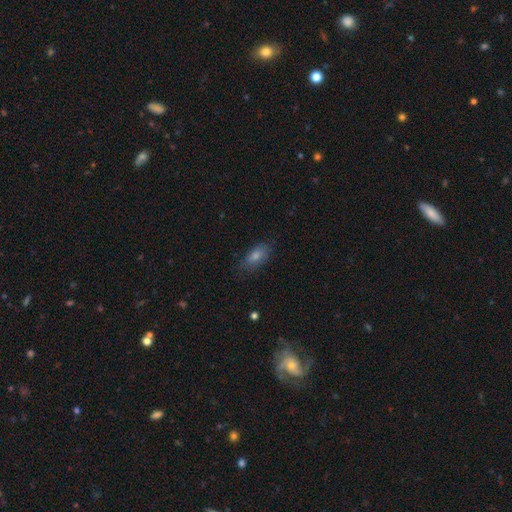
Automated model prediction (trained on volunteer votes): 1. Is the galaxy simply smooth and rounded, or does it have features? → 67% smooth, 18% featured or disk, 15% star or artifact.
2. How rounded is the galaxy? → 80% in between, 15% cigar-shaped, 6% round.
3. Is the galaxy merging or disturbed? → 79% none, 16% minor disturbance, 4% major disturbance, 1% merger.